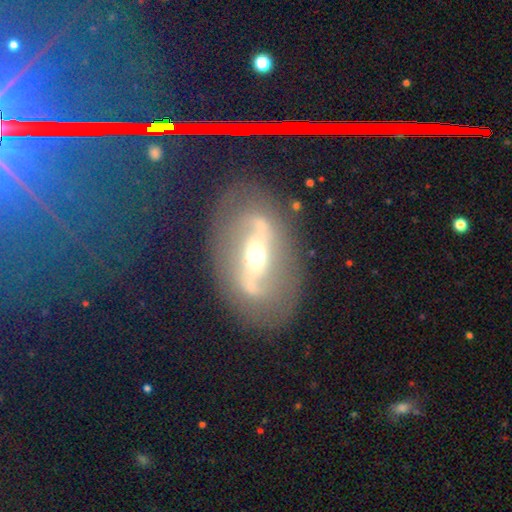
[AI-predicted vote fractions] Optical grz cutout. It shows a featured or disk galaxy (82%) with a strong bar (51%), 2 (87%) loose (47%) spiral arms (85%) and a moderate central bulge (60%). Merging: none (70%).